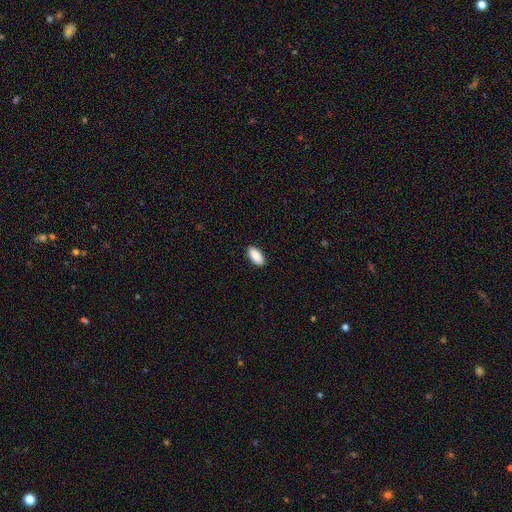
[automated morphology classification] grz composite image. It shows a smooth galaxy with no disk features (91%) that is in between round and cigar-shaped (93%). Merging: none (90%).